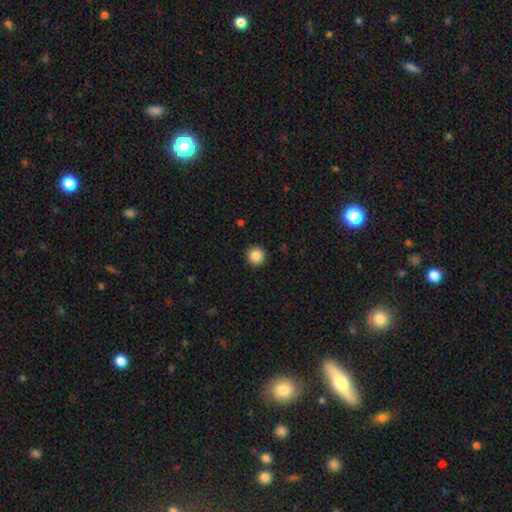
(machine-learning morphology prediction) Smooth or featured?
  - smooth: 87% *
  - star or artifact: 9%
  - featured or disk: 4%
How rounded?
  - round: 95% *
  - in between: 4%
  - cigar-shaped: 1%
Merging?
  - none: 93% *
  - minor disturbance: 5%
  - major disturbance: 2%
  - merger: 1%